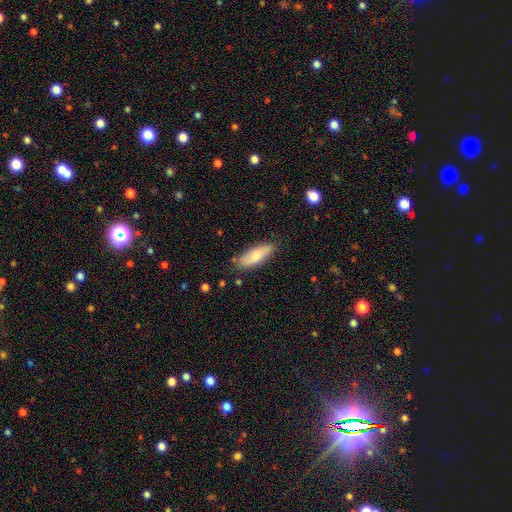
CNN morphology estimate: Smooth or featured?
  - smooth: 75% *
  - featured or disk: 19%
  - star or artifact: 6%
How rounded?
  - in between: 66% *
  - cigar-shaped: 32%
  - round: 2%
Merging?
  - none: 79% *
  - minor disturbance: 17%
  - major disturbance: 3%
  - merger: 2%